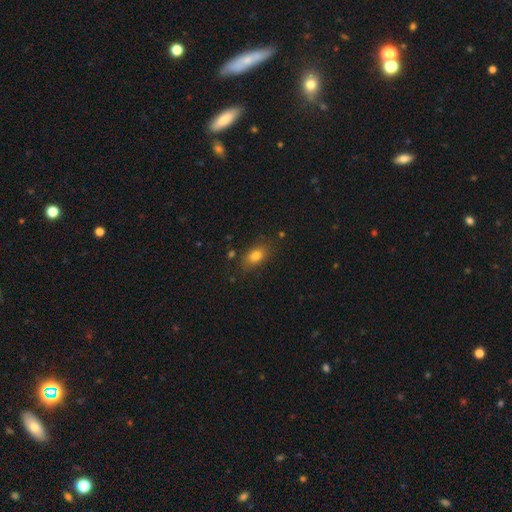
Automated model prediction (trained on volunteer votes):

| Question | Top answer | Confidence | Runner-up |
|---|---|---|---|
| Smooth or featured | smooth | 80% | star or artifact (11%) |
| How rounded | in between | 83% | round (13%) |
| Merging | none | 81% | minor disturbance (13%) |